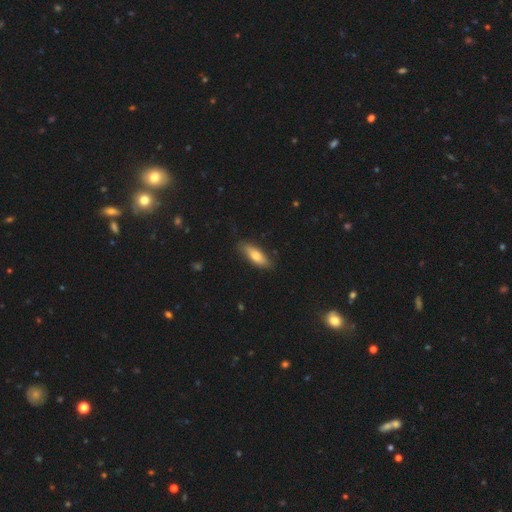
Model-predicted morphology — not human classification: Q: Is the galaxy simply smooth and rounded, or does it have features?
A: smooth — 72%.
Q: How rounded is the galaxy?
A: in between — 55%.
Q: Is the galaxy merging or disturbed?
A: none — 83%.